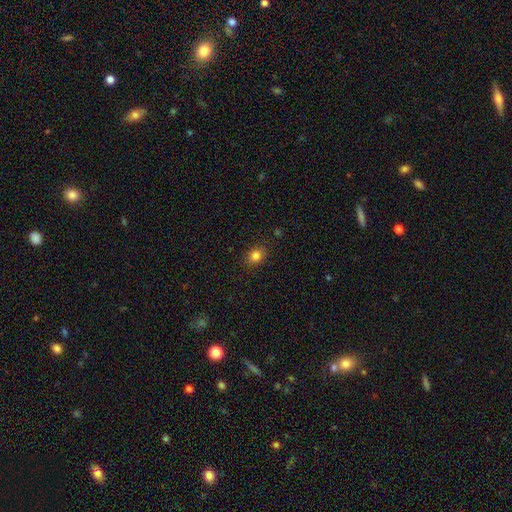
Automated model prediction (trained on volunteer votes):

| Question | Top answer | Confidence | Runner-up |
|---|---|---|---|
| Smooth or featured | smooth | 83% | star or artifact (12%) |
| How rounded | round | 50% | in between (49%) |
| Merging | none | 87% | minor disturbance (9%) |